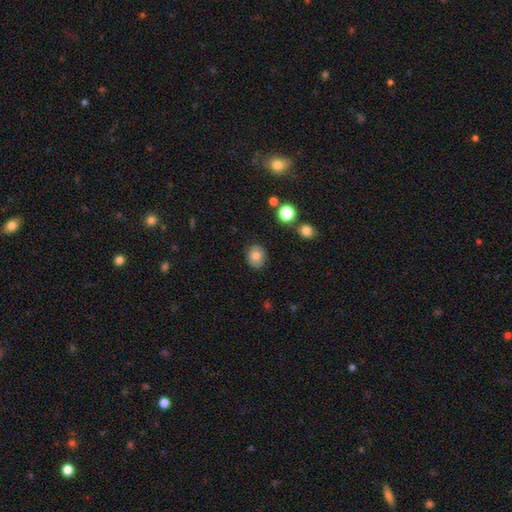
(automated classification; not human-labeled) Morphology: type=smooth (78%); roundness=round (67%); merging=none (86%).